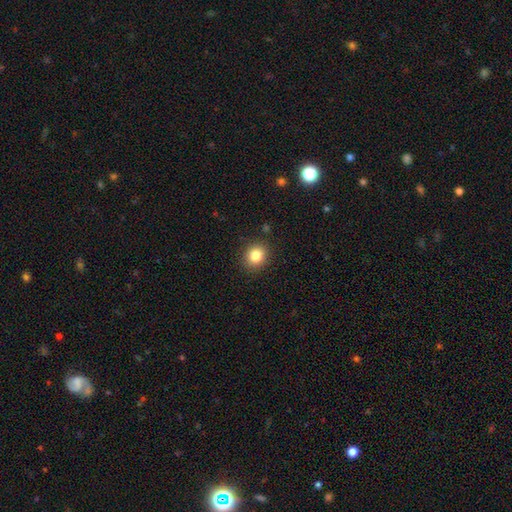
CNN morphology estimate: Smooth or featured?
  - smooth: 83% *
  - star or artifact: 11%
  - featured or disk: 6%
How rounded?
  - round: 78% *
  - in between: 21%
  - cigar-shaped: 1%
Merging?
  - none: 89% *
  - minor disturbance: 8%
  - major disturbance: 2%
  - merger: 1%